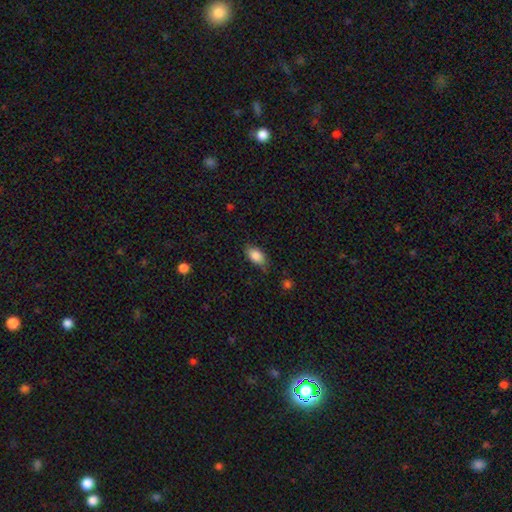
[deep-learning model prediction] This appears to be a smooth galaxy with no disk features (84%) that is in between round and cigar-shaped (90%). Merging: none (72%).